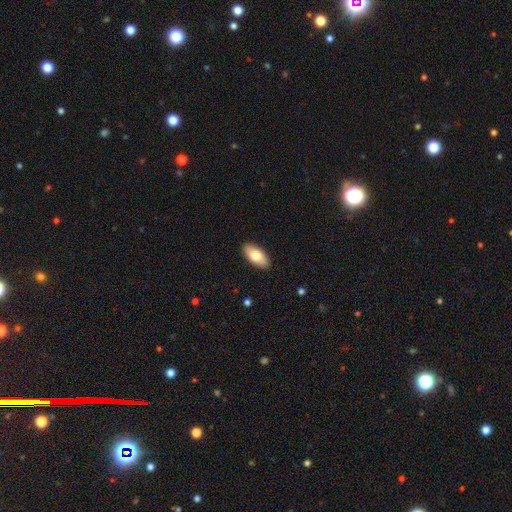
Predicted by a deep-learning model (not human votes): A smooth galaxy with no disk features (76%) that is in between round and cigar-shaped (92%). Merging: none (90%).